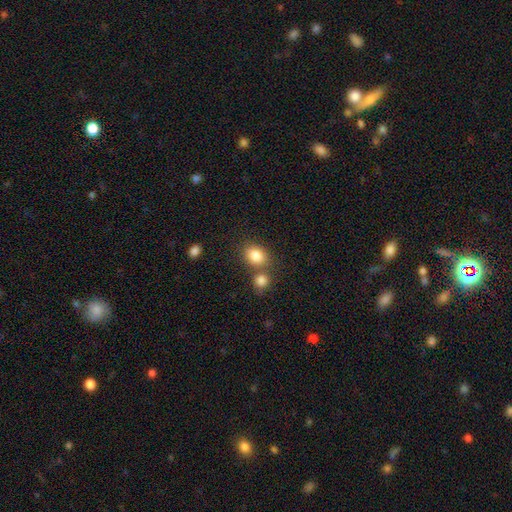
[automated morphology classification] type=smooth (84%); roundness=in between (59%); merging=none (58%).